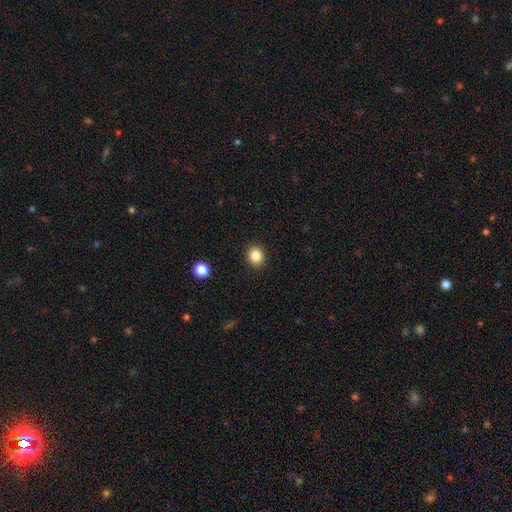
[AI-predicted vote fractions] Smooth or featured? Predicted: smooth (p=0.86). How rounded? Predicted: round (p=0.75). Merging? Predicted: none (p=0.91).